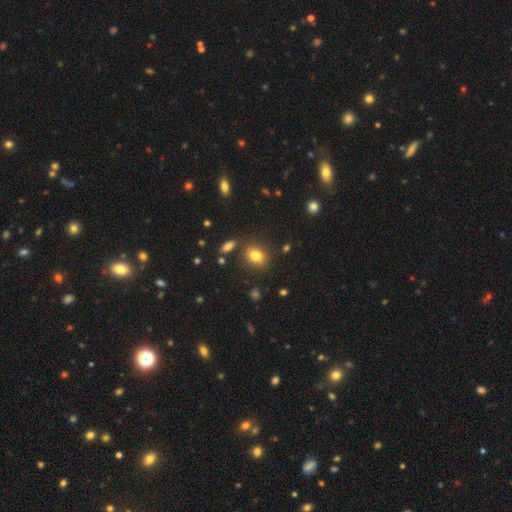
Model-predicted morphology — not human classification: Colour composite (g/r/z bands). It shows a smooth galaxy with no disk features (80%) that is in between round and cigar-shaped (52%). Merging: none (82%).